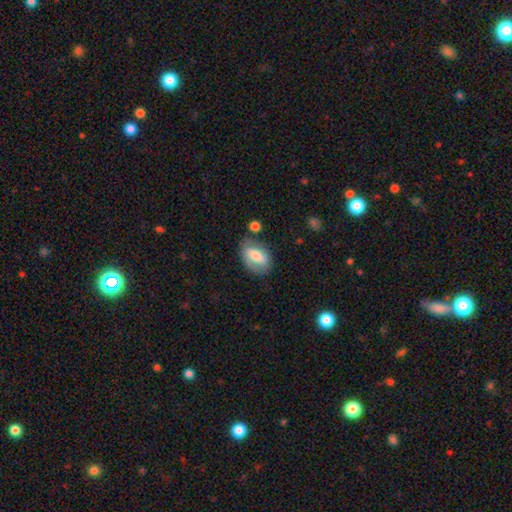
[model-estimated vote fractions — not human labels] smooth 65%, featured or disk 28%, star or artifact 7%. Down the decision tree: how rounded — in between (87%); merging — none (65%).